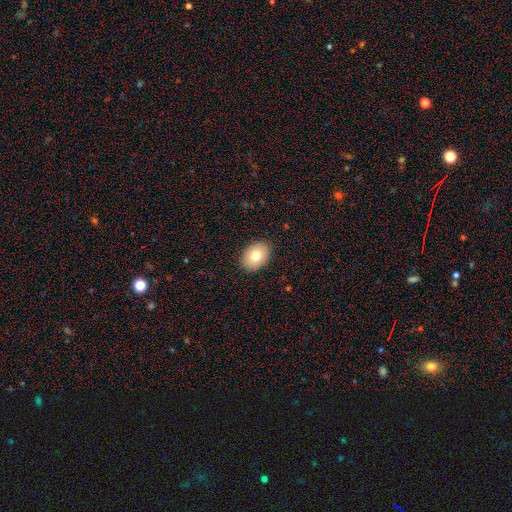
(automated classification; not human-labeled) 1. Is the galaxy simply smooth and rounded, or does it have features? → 77% smooth, 15% featured or disk, 8% star or artifact.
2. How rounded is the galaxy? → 68% in between, 31% round, 1% cigar-shaped.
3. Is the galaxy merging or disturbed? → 89% none, 8% minor disturbance, 2% major disturbance, 1% merger.